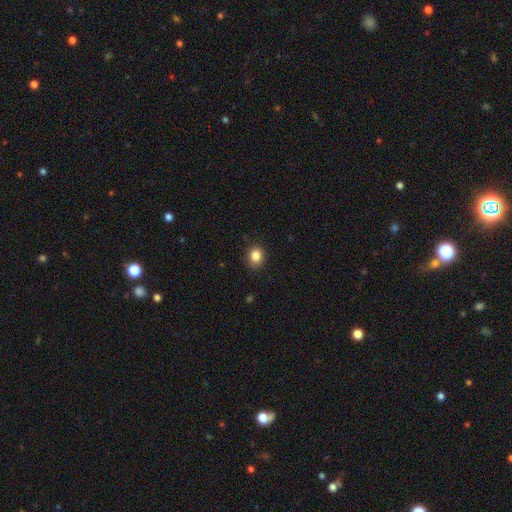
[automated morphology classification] Smooth or featured?
  - smooth: 85% *
  - star or artifact: 10%
  - featured or disk: 5%
How rounded?
  - round: 61% *
  - in between: 39%
  - cigar-shaped: 1%
Merging?
  - none: 86% *
  - minor disturbance: 10%
  - major disturbance: 2%
  - merger: 1%